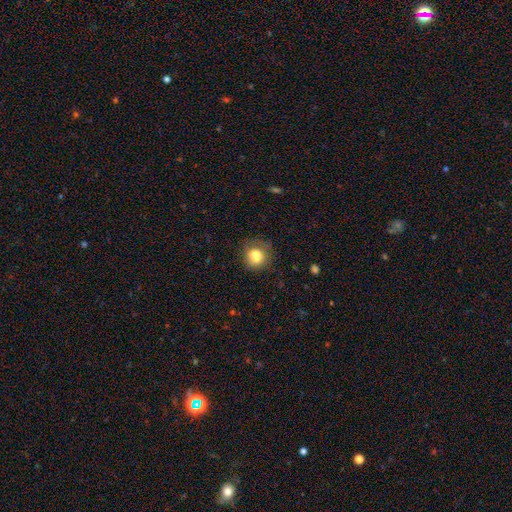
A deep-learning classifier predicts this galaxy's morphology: Smooth or featured?
  - smooth: 69% *
  - featured or disk: 21%
  - star or artifact: 10%
How rounded?
  - round: 80% *
  - in between: 19%
  - cigar-shaped: 1%
Merging?
  - none: 42% *
  - merger: 41%
  - minor disturbance: 12%
  - major disturbance: 6%